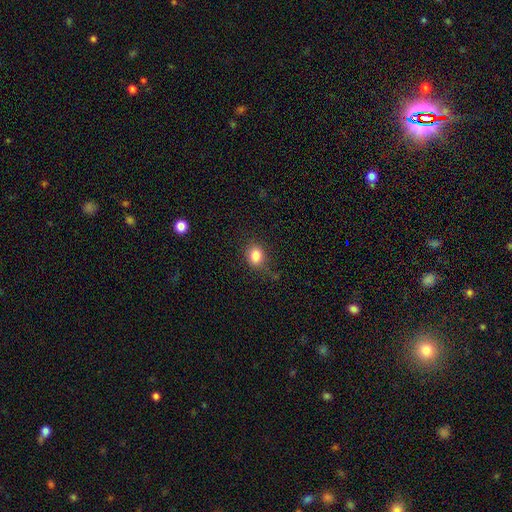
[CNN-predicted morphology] A smooth galaxy with no disk features (83%) that is round (56%).

Vote fractions:
- Smooth or featured? smooth: 83% / star or artifact: 11% / featured or disk: 6%
- How rounded? round: 56% / in between: 43% / cigar-shaped: 1%
- Merging? none: 78% / minor disturbance: 16% / major disturbance: 5% / merger: 2%